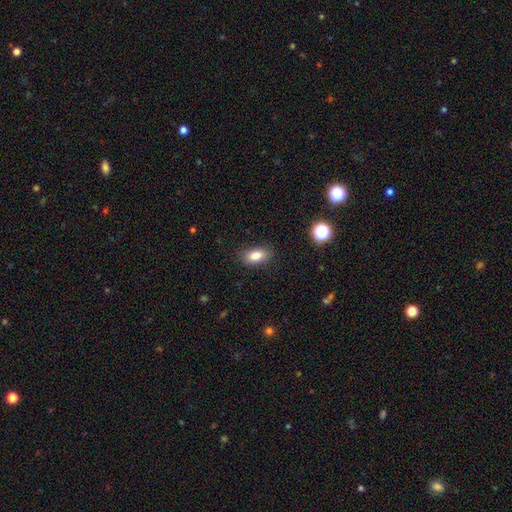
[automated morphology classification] Q: Smooth or featured?
A: smooth (85%); runner-up: star or artifact (9%)
Q: How rounded?
A: in between (90%); runner-up: round (6%)
Q: Merging?
A: none (85%); runner-up: minor disturbance (11%)